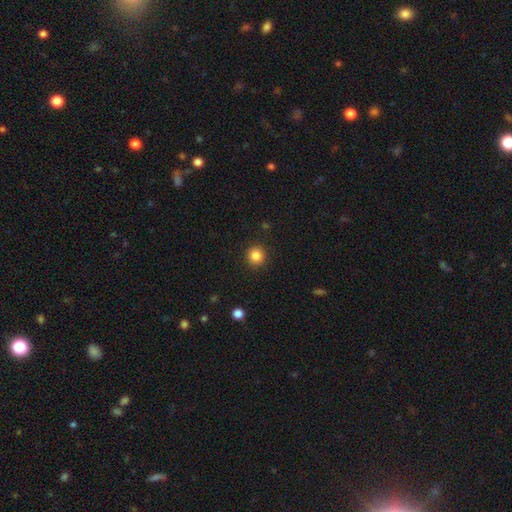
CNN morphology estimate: A smooth galaxy with no disk features (85%) that is round (92%).

Vote fractions:
- Smooth or featured? smooth: 85% / star or artifact: 11% / featured or disk: 4%
- How rounded? round: 92% / in between: 7% / cigar-shaped: 1%
- Merging? none: 91% / minor disturbance: 6% / major disturbance: 2% / merger: 1%